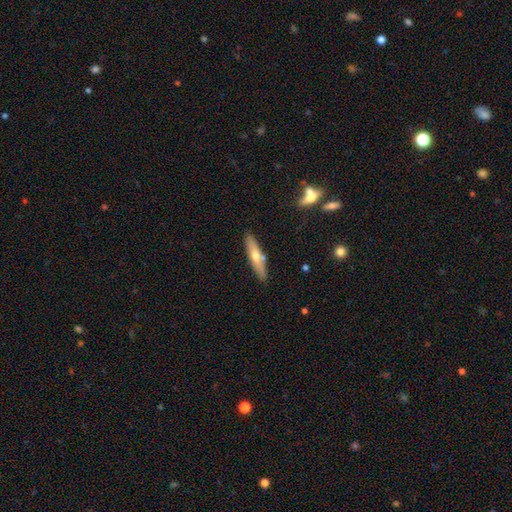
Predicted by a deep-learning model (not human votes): Smooth or featured?
  - smooth: 56% *
  - featured or disk: 38%
  - star or artifact: 6%
How rounded?
  - cigar-shaped: 77% *
  - in between: 21%
  - round: 2%
Merging?
  - none: 80% *
  - minor disturbance: 12%
  - merger: 6%
  - major disturbance: 2%